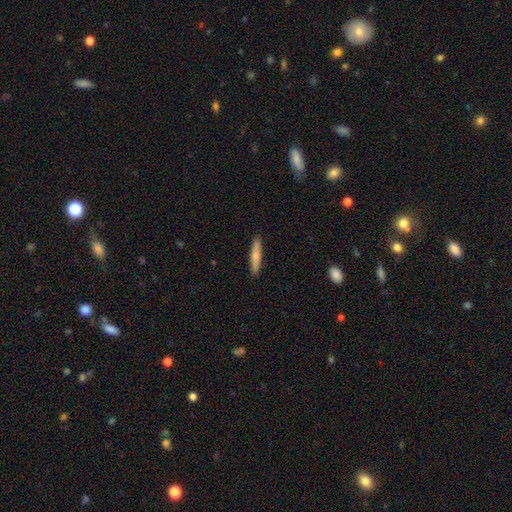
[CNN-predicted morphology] This is likely a smooth galaxy (71%). How rounded: clearly cigar-shaped (91%). Merging: clearly none (90%).